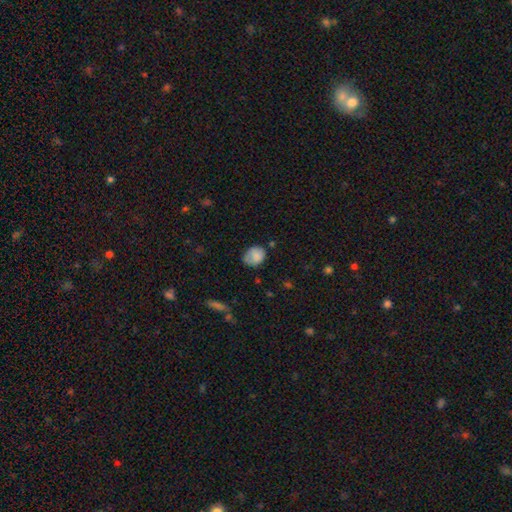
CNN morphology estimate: Smooth or featured? Predicted: smooth (p=0.81). How rounded? Predicted: round (p=0.55). Merging? Predicted: none (p=0.58).